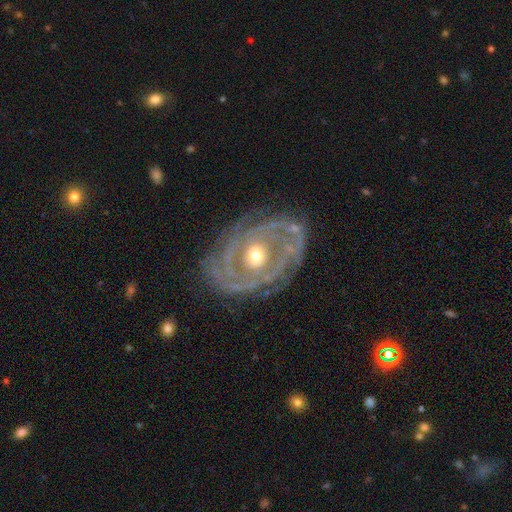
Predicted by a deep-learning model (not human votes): This appears to be a featured or disk galaxy (89%) with no bar (73%), 2 (34%) tight (71%) spiral arms (92%) and a moderate central bulge (65%). Merging: none (75%).